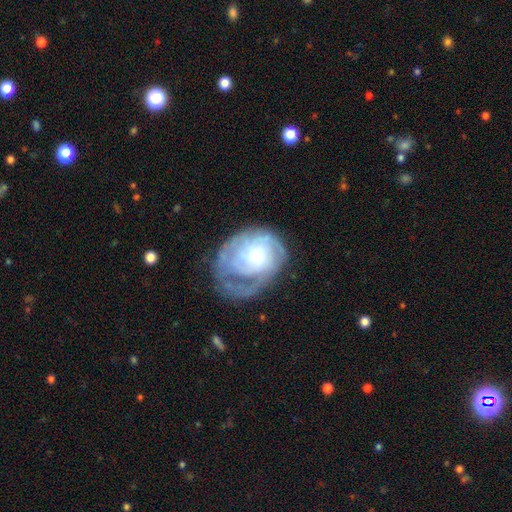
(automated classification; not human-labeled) Smooth or featured? Predicted: featured or disk (p=0.70). Edge-on disk? Predicted: no (p=0.97). Bar? Predicted: no (p=0.78). Spiral arms? Predicted: yes (p=0.81). Spiral winding? Predicted: tight (p=0.58). Spiral arm count? Predicted: can't tell (p=0.50). Bulge size? Predicted: small (p=0.65). Merging? Predicted: none (p=0.44).